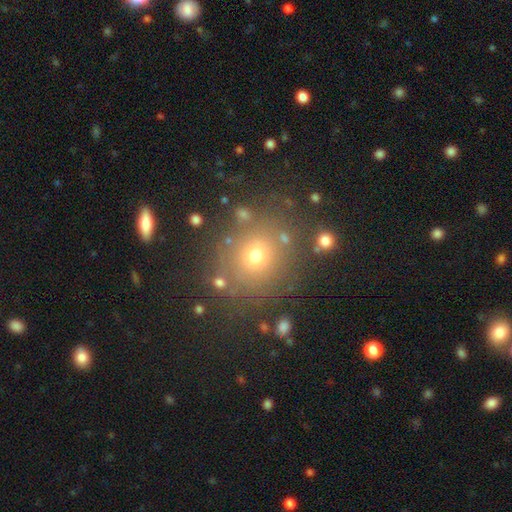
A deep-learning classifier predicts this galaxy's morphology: smooth-or-featured: smooth: 63% | star or artifact: 25% | featured or disk: 12%
  how-rounded: round: 84% | in between: 15% | cigar-shaped: 1%
  merging: none: 81% | minor disturbance: 9% | major disturbance: 5% | merger: 5%